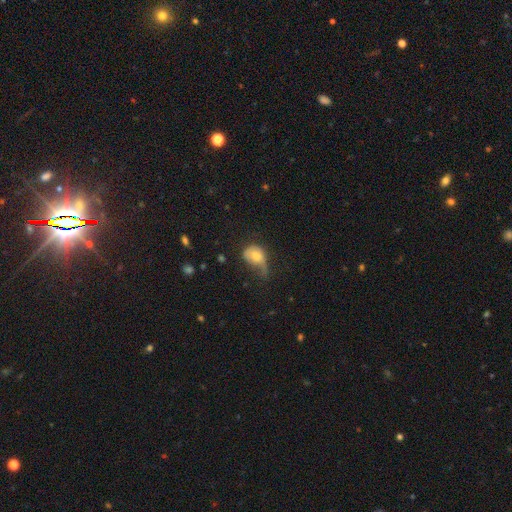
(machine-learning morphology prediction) This appears to be a smooth galaxy with no disk features (64%) that is in between round and cigar-shaped (58%). Merging: major disturbance (44%).